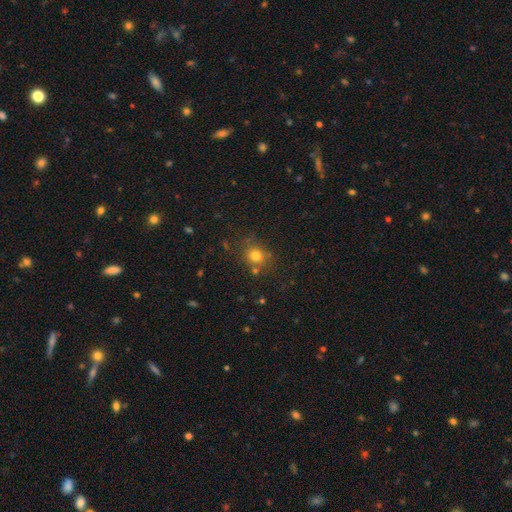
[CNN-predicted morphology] smooth_or_featured: smooth (p=0.76) [alt: star or artifact p=0.16]
how_rounded: round (p=0.79) [alt: in between p=0.20]
merging: none (p=0.74) [alt: minor disturbance p=0.13]